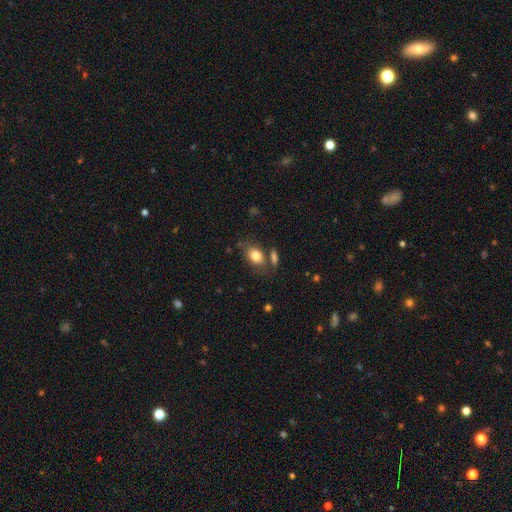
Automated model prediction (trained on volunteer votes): This is clearly a smooth galaxy (80%). How rounded: likely in between (79%). Merging: likely none (68%).